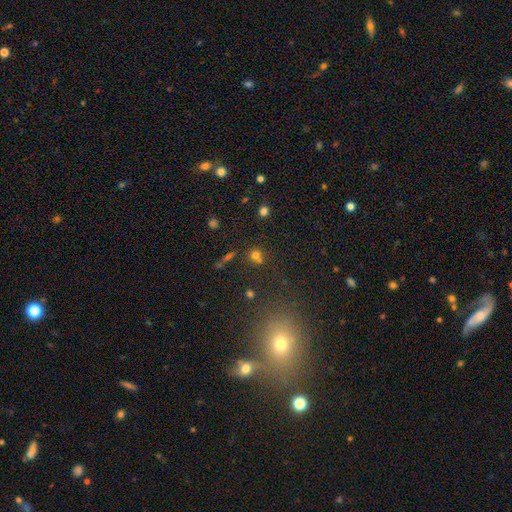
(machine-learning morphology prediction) This is likely a smooth galaxy (68%). How rounded: clearly round (87%). Merging: possibly none (58%).